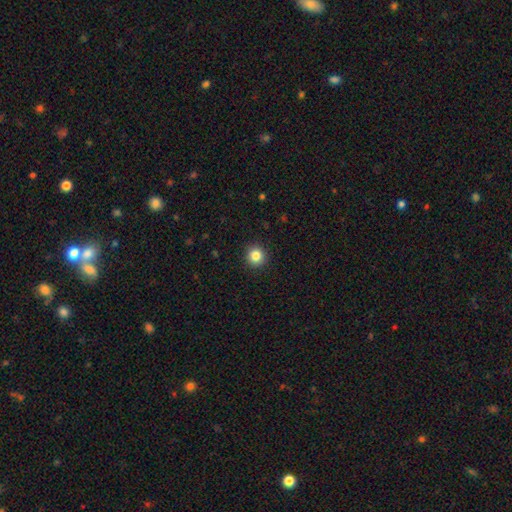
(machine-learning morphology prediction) type=smooth (84%); roundness=round (93%); merging=none (92%).